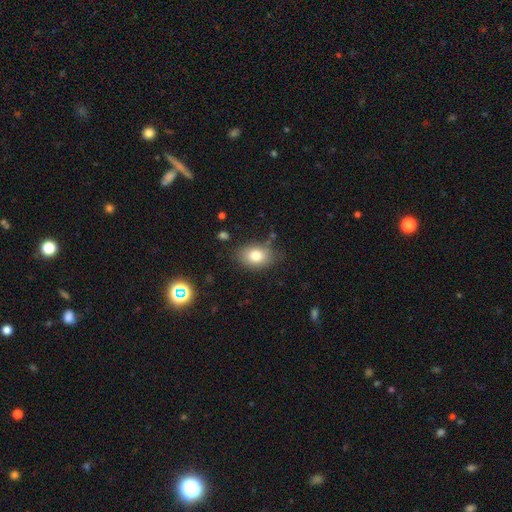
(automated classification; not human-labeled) A smooth galaxy with no disk features (80%) that is in between round and cigar-shaped (78%). Merging: none (78%).